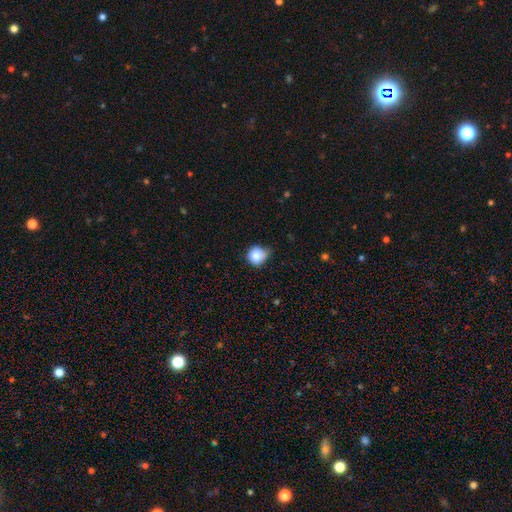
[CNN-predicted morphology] A smooth galaxy with no disk features (81%) that is round (87%). Merging: none (57%).